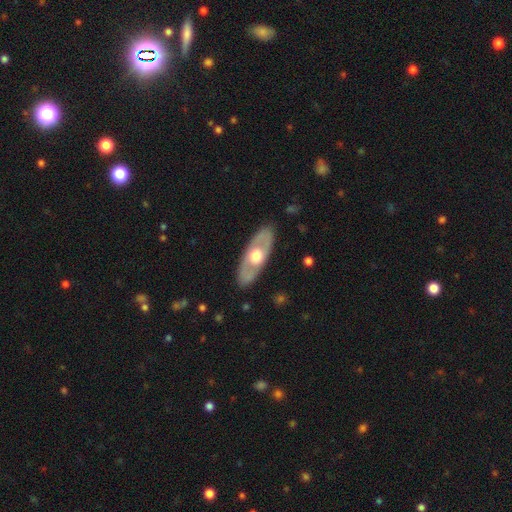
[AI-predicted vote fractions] Overall: featured or disk (58%; smooth 38%). Edge-on disk: no (72%). Merging: none (85%).